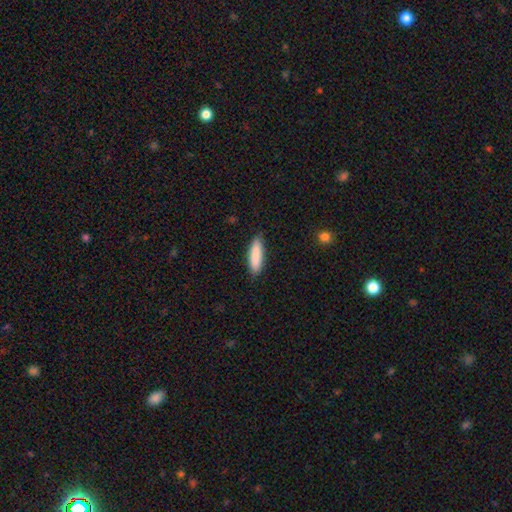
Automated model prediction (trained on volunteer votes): A smooth galaxy with no disk features (87%) that is cigar-shaped (66%). Merging: none (87%).